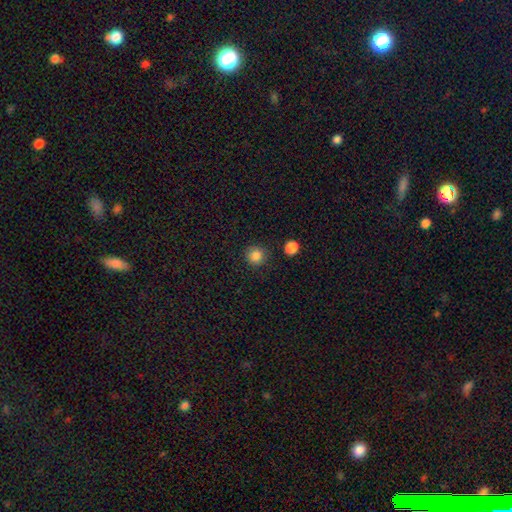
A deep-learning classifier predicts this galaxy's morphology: Q: Smooth or featured?
A: smooth (86%); runner-up: star or artifact (11%)
Q: How rounded?
A: round (93%); runner-up: in between (6%)
Q: Merging?
A: none (89%); runner-up: minor disturbance (6%)